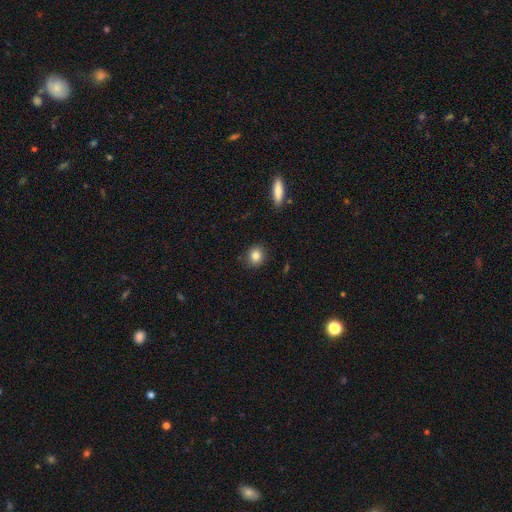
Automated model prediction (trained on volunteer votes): Smooth or featured?
  - smooth: 84% *
  - star or artifact: 10%
  - featured or disk: 6%
How rounded?
  - round: 80% *
  - in between: 19%
  - cigar-shaped: 1%
Merging?
  - none: 88% *
  - minor disturbance: 8%
  - major disturbance: 2%
  - merger: 1%